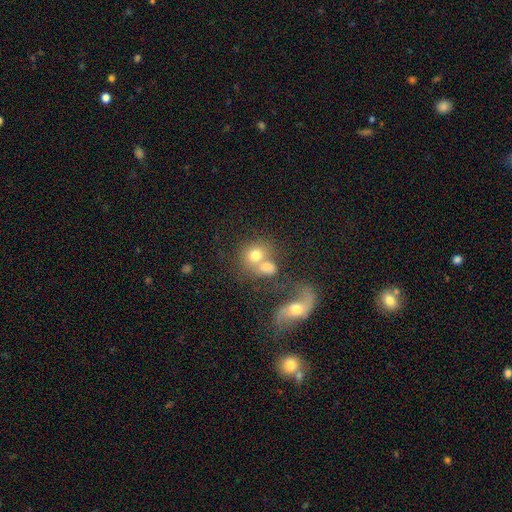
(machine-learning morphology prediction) Overall: smooth (61%; featured or disk 28%). How rounded: round (64%; in between 35%). Merging: merger (54%; none 30%).